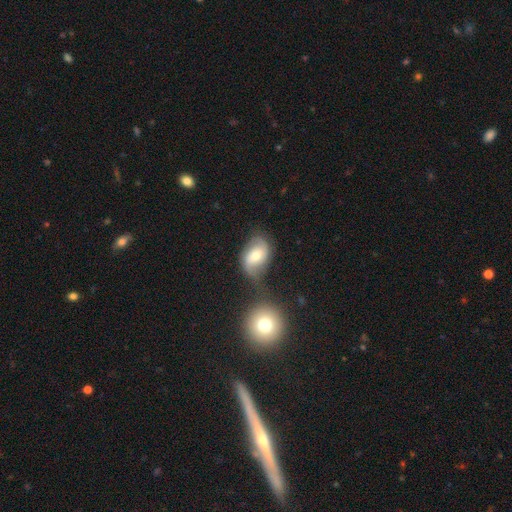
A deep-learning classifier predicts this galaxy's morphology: smooth_or_featured: featured or disk (p=0.56) [alt: smooth p=0.36]
disk_edge_on: no (p=0.96) [alt: yes p=0.04]
bar: weak (p=0.46) [alt: no p=0.40]
has_spiral_arms: yes (p=0.85) [alt: no p=0.15]
bulge_size: moderate (p=0.65) [alt: small p=0.23]
merging: none (p=0.47) [alt: minor disturbance p=0.21]